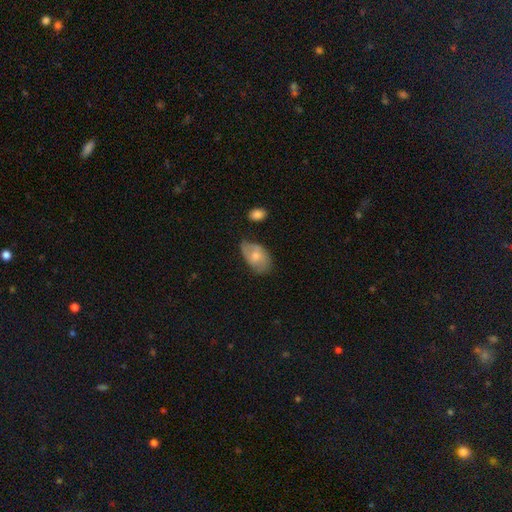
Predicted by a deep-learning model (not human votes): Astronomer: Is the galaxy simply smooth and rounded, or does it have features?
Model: smooth — 59% (runner-up: featured or disk, 35%).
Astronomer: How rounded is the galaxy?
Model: in between — 90%.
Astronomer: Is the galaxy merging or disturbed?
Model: none — 55% (runner-up: minor disturbance, 32%).